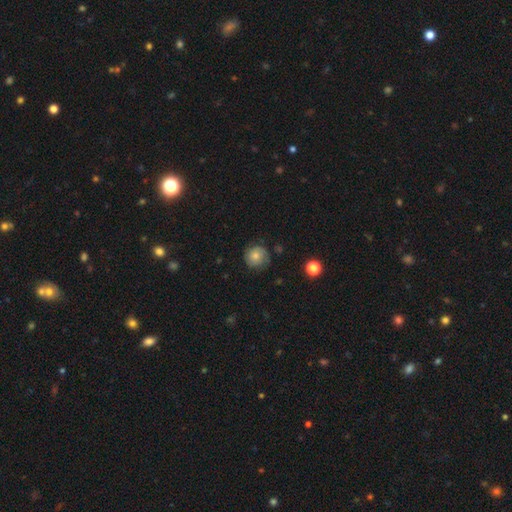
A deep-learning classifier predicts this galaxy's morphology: smooth 64%, featured or disk 26%, star or artifact 10%. Down the decision tree: how rounded — round (91%); merging — none (74%).